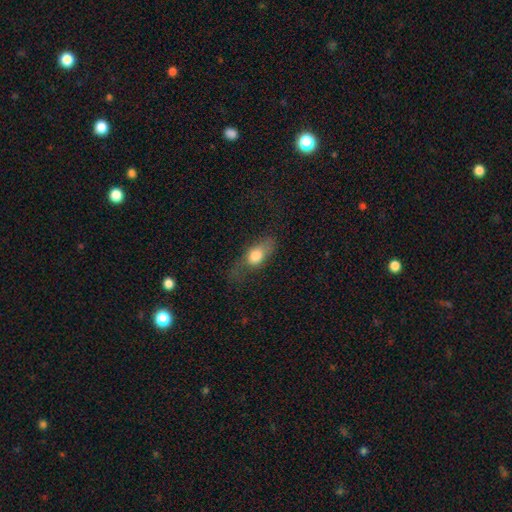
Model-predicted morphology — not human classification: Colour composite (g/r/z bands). It shows a smooth galaxy with no disk features (74%) that is in between round and cigar-shaped (76%). Merging: none (40%).